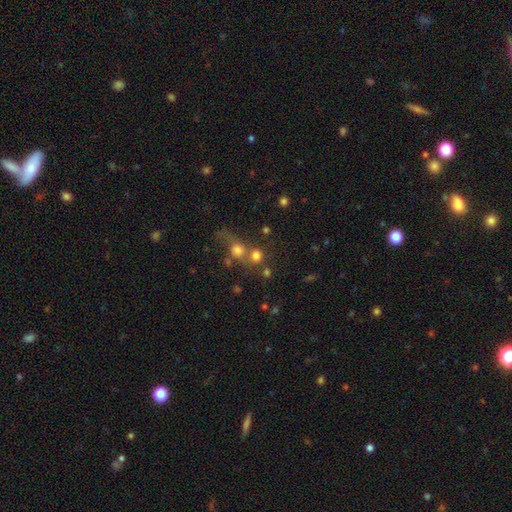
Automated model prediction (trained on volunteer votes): Smooth or featured? smooth (73%)
How rounded? round (86%)
Merging? none (43%)